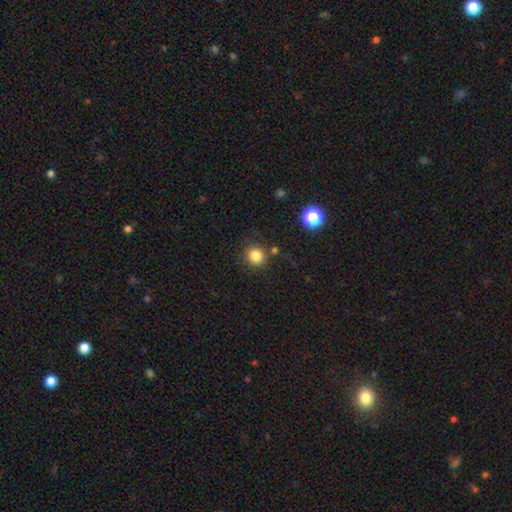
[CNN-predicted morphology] Smooth or featured? smooth (84%)
How rounded? round (91%)
Merging? none (82%)